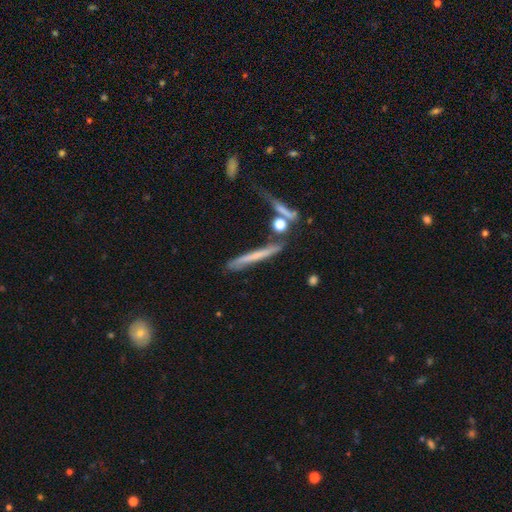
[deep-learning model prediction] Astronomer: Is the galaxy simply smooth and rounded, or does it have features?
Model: smooth — 49% (runner-up: featured or disk, 40%).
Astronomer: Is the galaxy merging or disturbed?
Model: none — 67%.